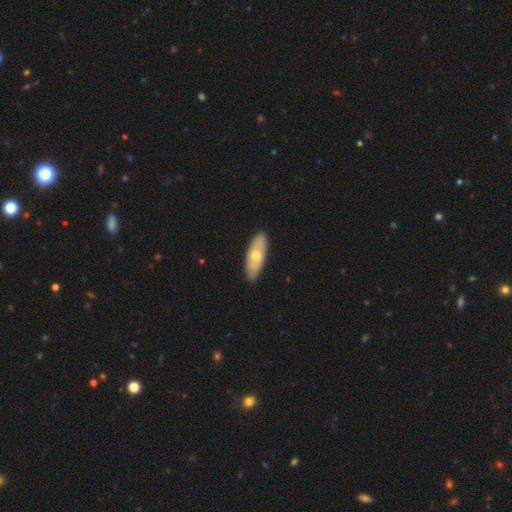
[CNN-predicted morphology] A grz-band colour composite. It shows a smooth galaxy with no disk features (58%) that is in between round and cigar-shaped (66%). Merging: none (88%).